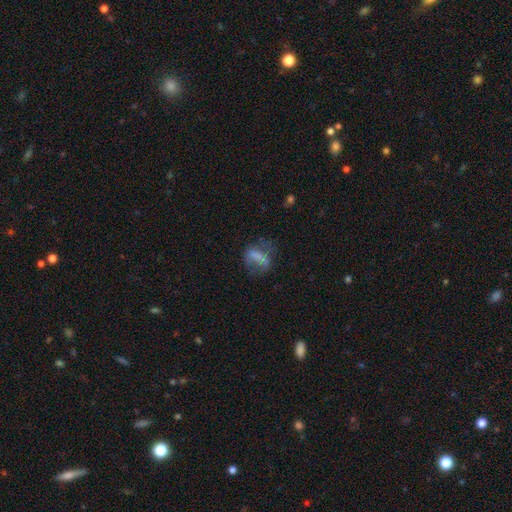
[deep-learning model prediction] smooth 47%, featured or disk 39%, star or artifact 14%. Down the decision tree: merging — none (51%).